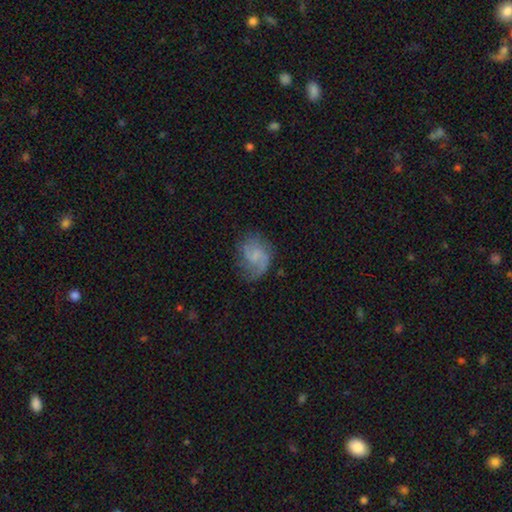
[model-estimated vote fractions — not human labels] Smooth or featured? Predicted: featured or disk (p=0.58). Edge-on disk? Predicted: no (p=0.98). Bar? Predicted: no (p=0.53). Spiral arms? Predicted: yes (p=0.84). Bulge size? Predicted: none (p=0.50). Merging? Predicted: none (p=0.54).